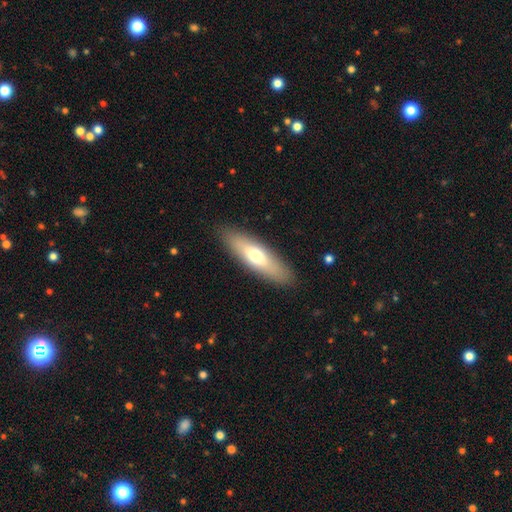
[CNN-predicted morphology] smooth 62%, featured or disk 32%, star or artifact 6%. Down the decision tree: how rounded — cigar-shaped (54%); merging — none (89%).